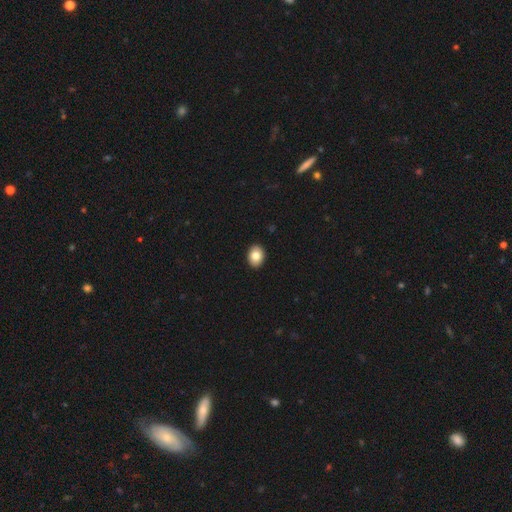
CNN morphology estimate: smooth_or_featured: smooth (p=0.83) [alt: featured or disk p=0.09]
how_rounded: in between (p=0.69) [alt: round p=0.30]
merging: none (p=0.92) [alt: minor disturbance p=0.06]